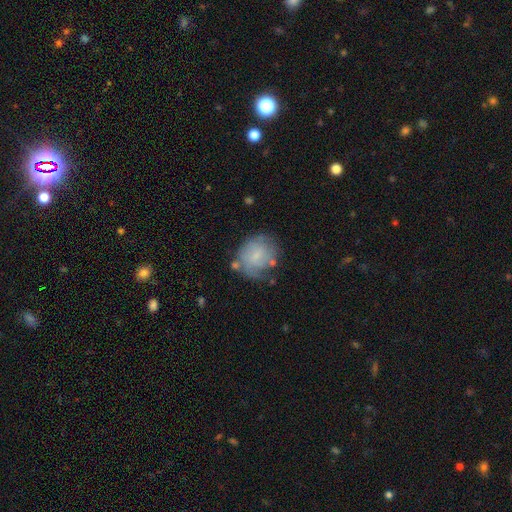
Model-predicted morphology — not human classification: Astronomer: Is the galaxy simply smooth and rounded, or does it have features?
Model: smooth — 55% (runner-up: featured or disk, 37%).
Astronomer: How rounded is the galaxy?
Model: round — 73%.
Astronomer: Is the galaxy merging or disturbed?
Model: none — 55%.